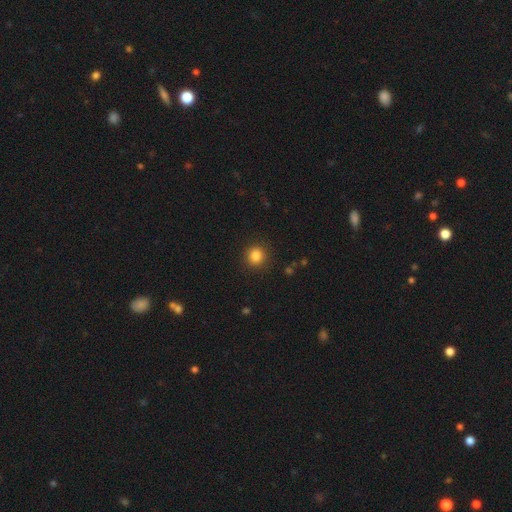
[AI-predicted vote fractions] Overall: smooth (84%). How rounded: round (92%). Merging: none (91%).